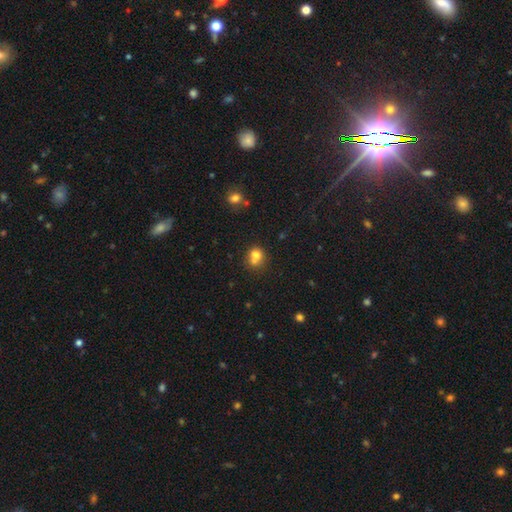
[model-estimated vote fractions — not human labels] Overall: smooth (73%). How rounded: round (67%; in between 32%). Merging: merger (46%; none 37%).